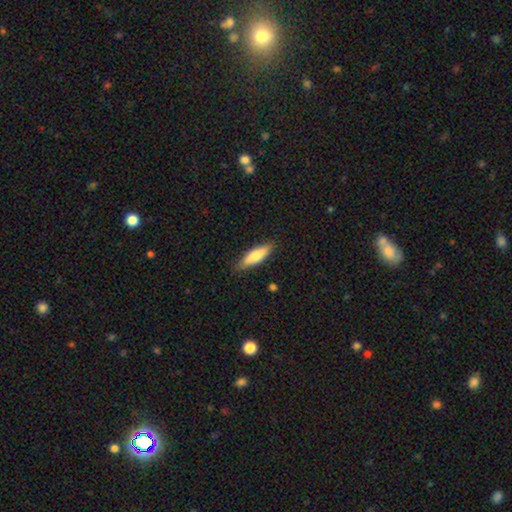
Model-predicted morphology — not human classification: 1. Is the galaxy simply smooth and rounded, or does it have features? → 75% smooth, 20% featured or disk, 6% star or artifact.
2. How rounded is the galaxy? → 53% cigar-shaped, 46% in between, 2% round.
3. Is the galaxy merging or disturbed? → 84% none, 13% minor disturbance, 2% major disturbance, 1% merger.